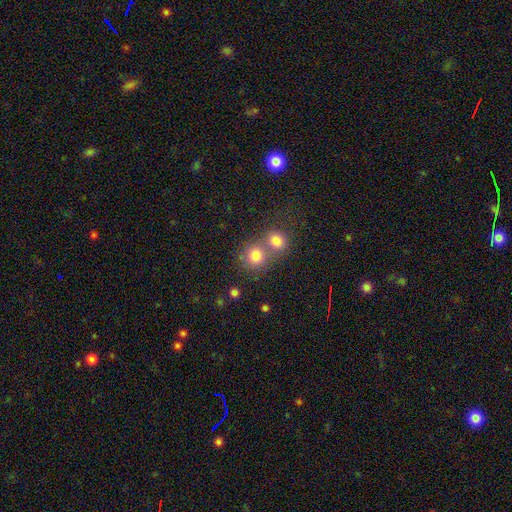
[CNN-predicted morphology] Smooth or featured? smooth (80%)
How rounded? round (85%)
Merging? merger (47%)